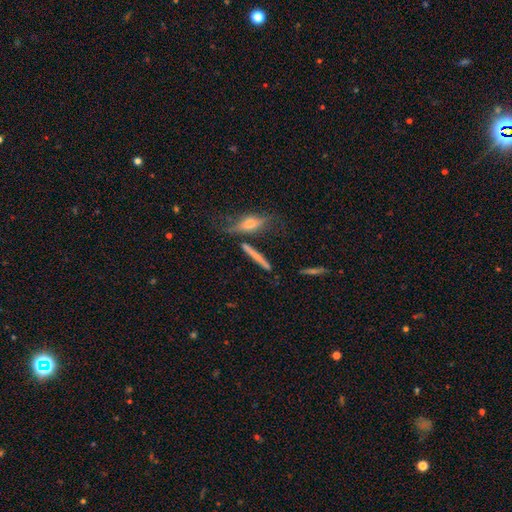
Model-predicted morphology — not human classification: This is possibly a smooth galaxy (48%). Merging: likely none (63%).